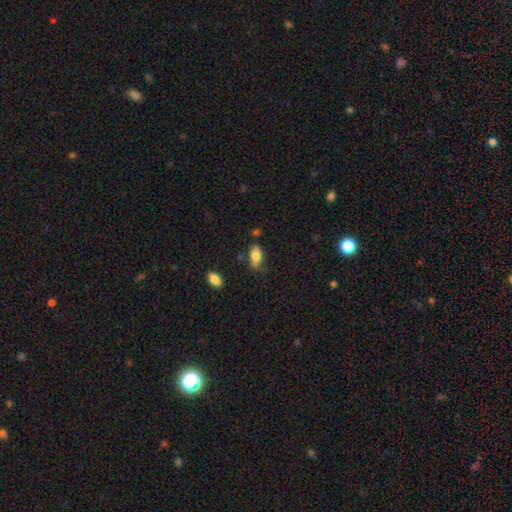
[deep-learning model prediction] smooth-or-featured: smooth: 81% | featured or disk: 12% | star or artifact: 8%
  how-rounded: in between: 88% | cigar-shaped: 8% | round: 4%
  merging: none: 57% | minor disturbance: 31% | major disturbance: 7% | merger: 5%